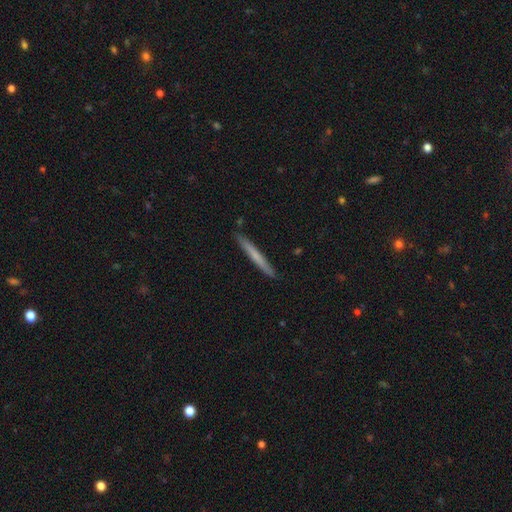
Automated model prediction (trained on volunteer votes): smooth_or_featured: smooth (p=0.62) [alt: featured or disk p=0.33]
how_rounded: cigar-shaped (p=0.97) [alt: in between p=0.02]
merging: none (p=0.90) [alt: minor disturbance p=0.07]